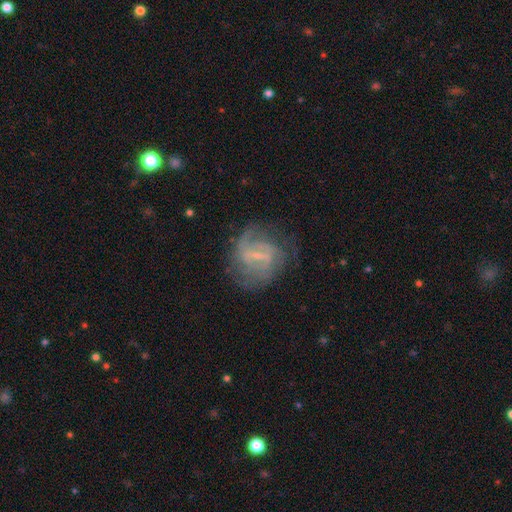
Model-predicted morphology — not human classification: featured or disk 78%, smooth 13%, star or artifact 9%. Down the decision tree: edge-on disk — no (97%); bar — weak (50%); spiral arms — yes (86%); spiral arm count — 2 (48%); spiral winding — medium (43%); bulge size — small (56%); merging — none (64%).